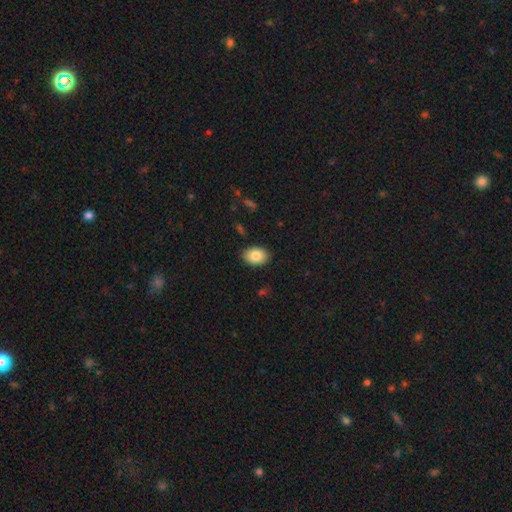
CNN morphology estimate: The model was most divided on "how rounded": in between: 82%, round: 17%, cigar-shaped: 1%. More confident: merging — none (88%); smooth or featured — smooth (85%).